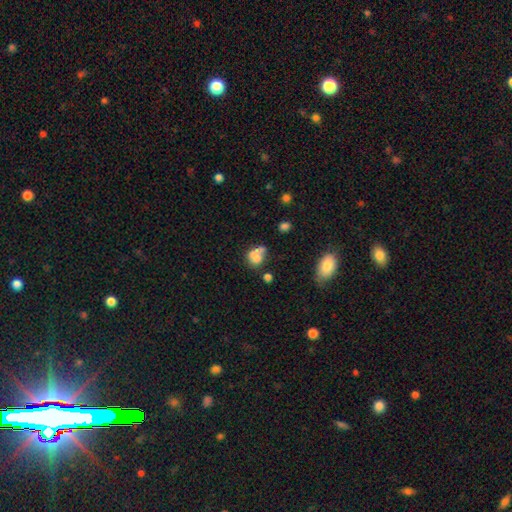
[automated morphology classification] Smooth or featured: smooth — 64% (featured or disk — 23%)
How rounded: in between — 57% (round — 40%)
Merging: merger — 44% (none — 26%)